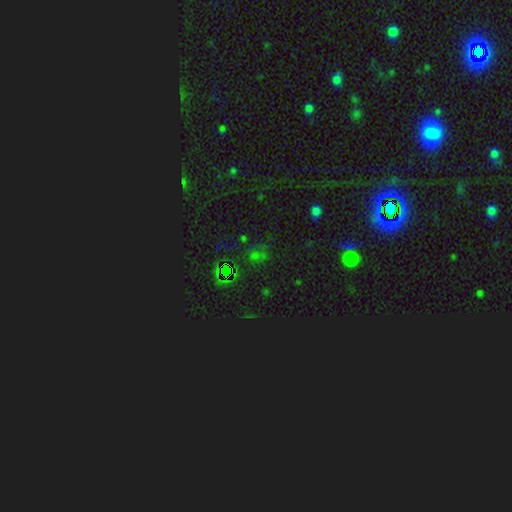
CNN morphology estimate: star or artifact 68%, smooth 24%, featured or disk 8%.